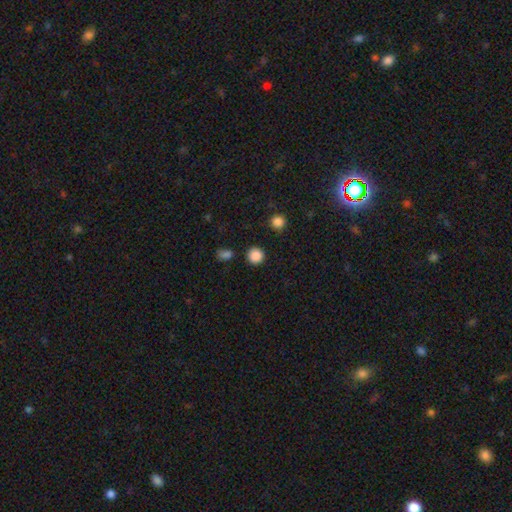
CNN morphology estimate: The model was most divided on "smooth or featured": smooth: 86%, star or artifact: 11%, featured or disk: 3%. More confident: how rounded — round (94%); merging — none (90%).